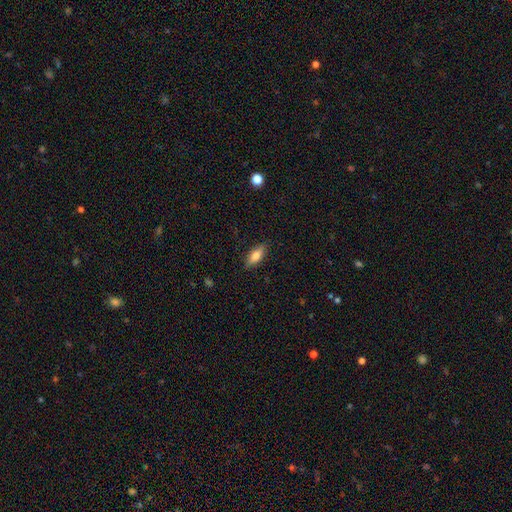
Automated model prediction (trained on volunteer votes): Morphology: type=smooth (73%); roundness=in between (72%); merging=none (86%).